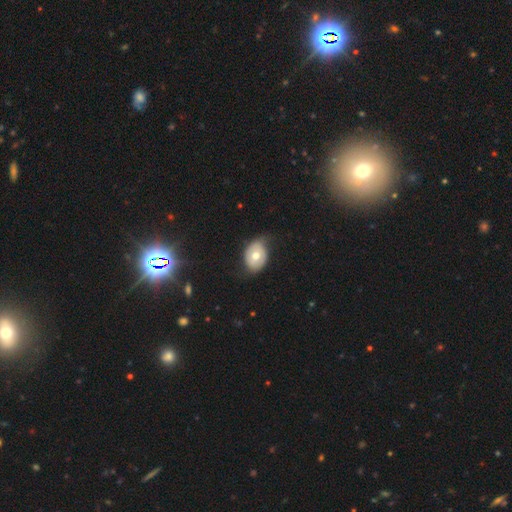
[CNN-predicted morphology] A smooth galaxy with no disk features (64%) that is in between round and cigar-shaped (69%).

Vote fractions:
- Smooth or featured? smooth: 64% / featured or disk: 29% / star or artifact: 7%
- How rounded? in between: 69% / round: 30% / cigar-shaped: 1%
- Merging? none: 62% / minor disturbance: 28% / major disturbance: 9% / merger: 1%